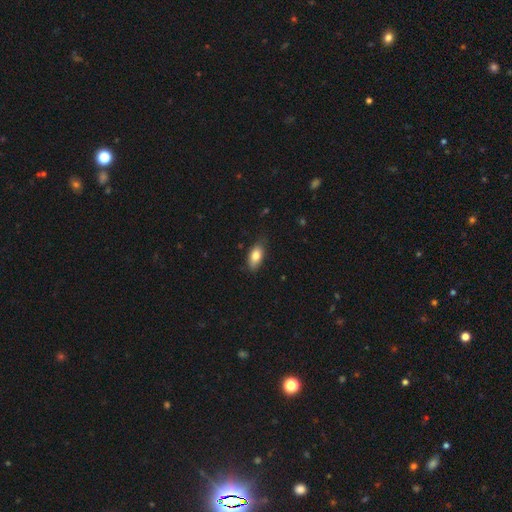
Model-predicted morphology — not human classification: A smooth galaxy with no disk features (80%) that is in between round and cigar-shaped (87%). Merging: none (77%).